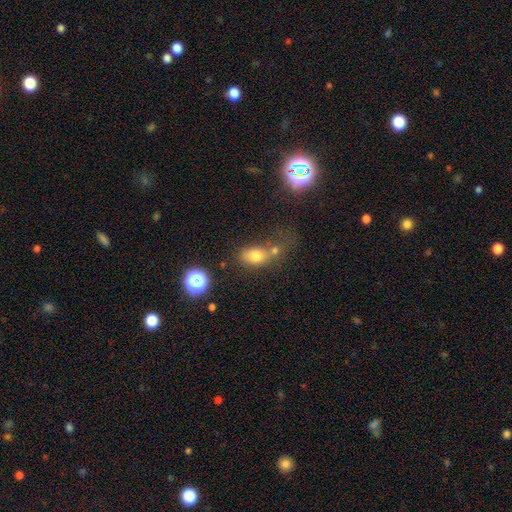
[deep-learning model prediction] smooth 73%, star or artifact 15%, featured or disk 12%. Down the decision tree: how rounded — in between (73%); merging — none (40%).